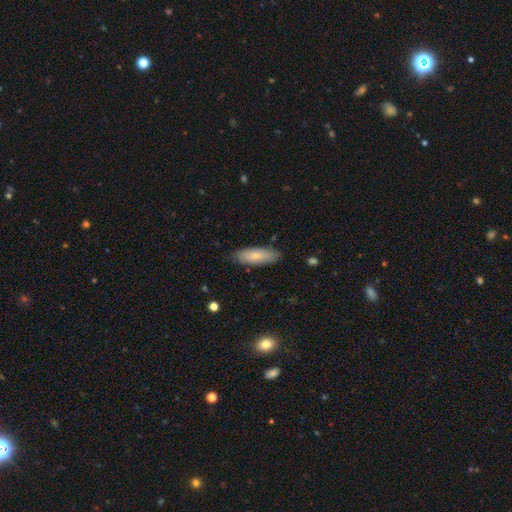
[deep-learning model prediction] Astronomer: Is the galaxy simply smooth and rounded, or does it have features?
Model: smooth — 78%.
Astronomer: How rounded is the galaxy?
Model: in between — 60% (runner-up: cigar-shaped, 38%).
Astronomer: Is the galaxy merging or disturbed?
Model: none — 84%.